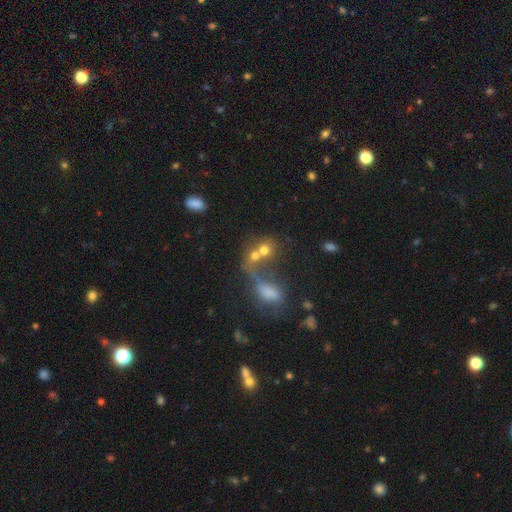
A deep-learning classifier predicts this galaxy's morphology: This is possibly a smooth galaxy (56%). How rounded: possibly round (54%). Merging: possibly merger (60%).